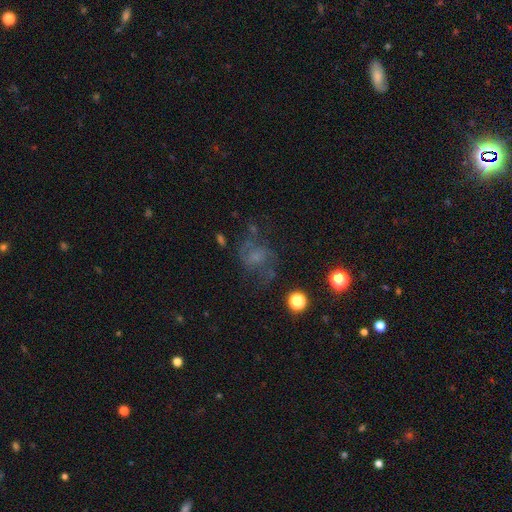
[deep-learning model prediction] smooth_or_featured: featured or disk (p=0.45) [alt: smooth p=0.33]
merging: none (p=0.50) [alt: major disturbance p=0.26]